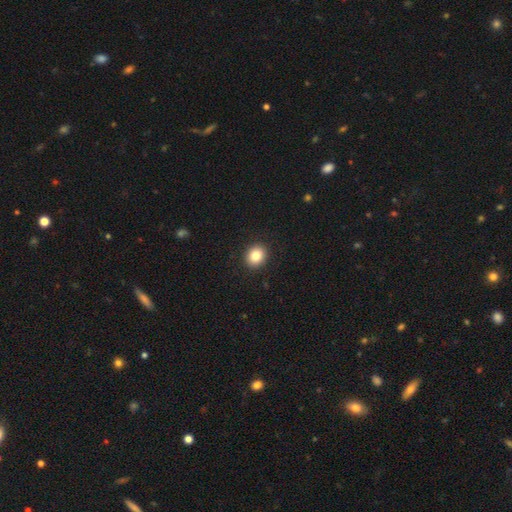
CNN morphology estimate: smooth_or_featured: smooth (p=0.85) [alt: star or artifact p=0.09]
how_rounded: round (p=0.65) [alt: in between p=0.35]
merging: none (p=0.92) [alt: minor disturbance p=0.06]